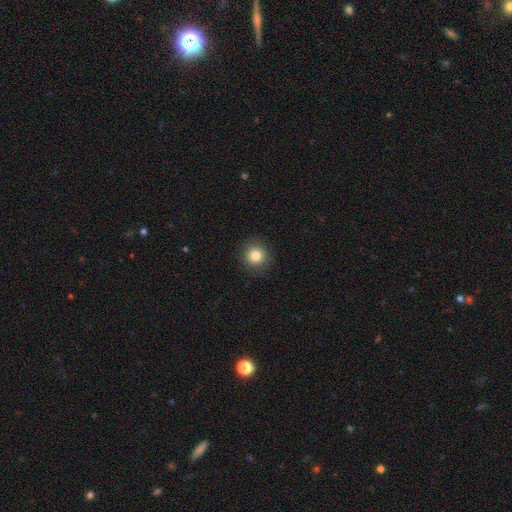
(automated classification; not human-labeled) Smooth or featured? smooth (82%)
How rounded? round (93%)
Merging? none (90%)